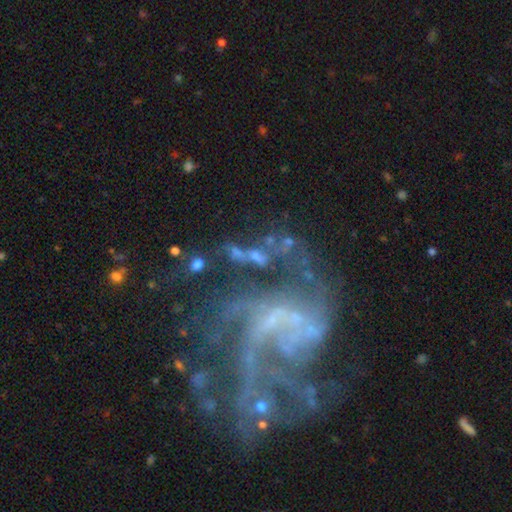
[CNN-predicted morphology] A featured or disk galaxy (55%).

Vote fractions:
- Smooth or featured? featured or disk: 55% / smooth: 23% / star or artifact: 22%
- Edge-on disk? no: 91% / yes: 9%
- Merging? none: 36% / major disturbance: 28% / merger: 20% / minor disturbance: 16%